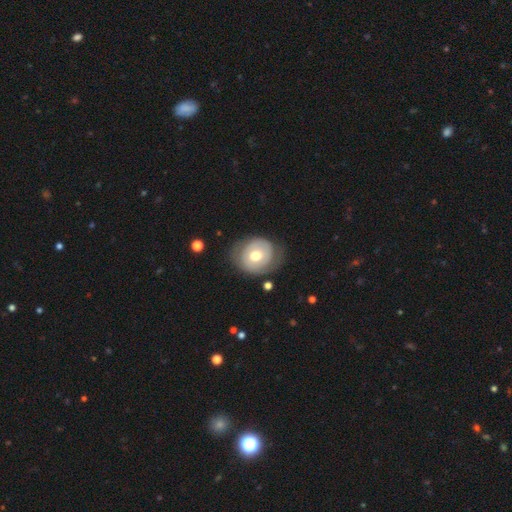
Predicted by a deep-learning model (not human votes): smooth_or_featured: featured or disk (p=0.50) [alt: smooth p=0.44]
disk_edge_on: no (p=0.96) [alt: yes p=0.04]
merging: none (p=0.66) [alt: minor disturbance p=0.22]